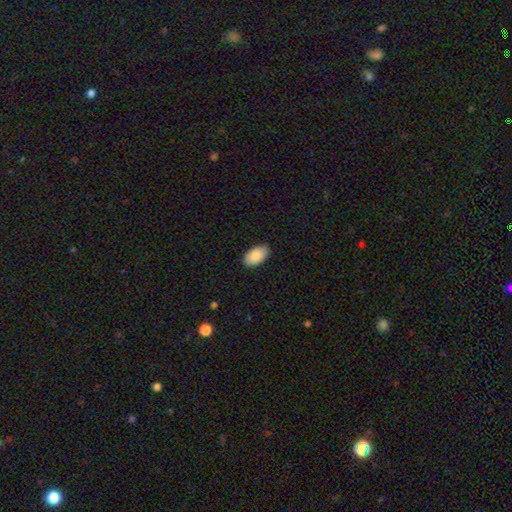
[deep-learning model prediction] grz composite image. It shows a smooth galaxy with no disk features (88%) that is in between round and cigar-shaped (95%). Merging: none (88%).